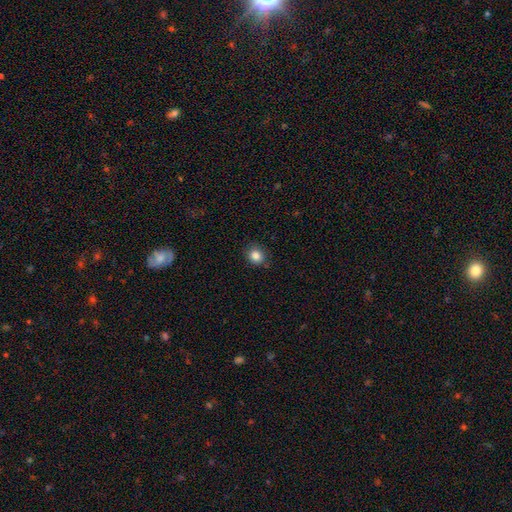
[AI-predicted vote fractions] smooth 84%, star or artifact 11%, featured or disk 5%. Down the decision tree: how rounded — round (78%); merging — none (86%).